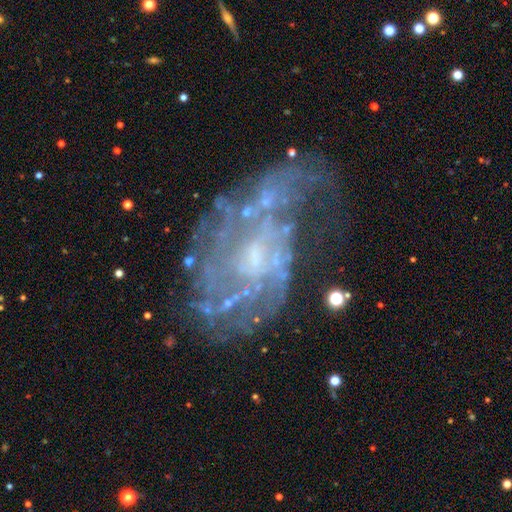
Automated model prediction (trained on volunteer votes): Smooth or featured? featured or disk (80%)
Edge-on disk? no (97%)
Bar? no (54%)
Spiral arms? yes (77%)
Spiral winding? tight (40%)
Spiral arm count? can't tell (49%)
Bulge size? small (53%)
Merging? none (43%)